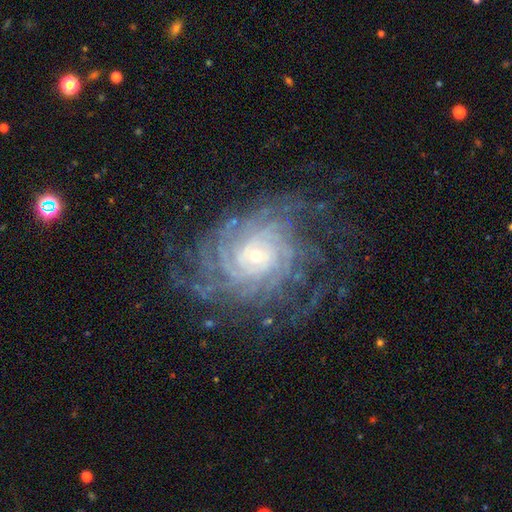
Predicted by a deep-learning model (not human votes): Smooth or featured: featured or disk — 90% (star or artifact — 6%)
Edge-on disk: no — 97% (yes — 3%)
Bar: no — 73% (weak — 20%)
Spiral arms: yes — 98% (no — 2%)
Spiral winding: tight — 80% (medium — 16%)
Spiral arm count: more than 4 — 34% (can't tell — 24%)
Bulge size: small — 73% (moderate — 23%)
Merging: none — 72% (minor disturbance — 16%)